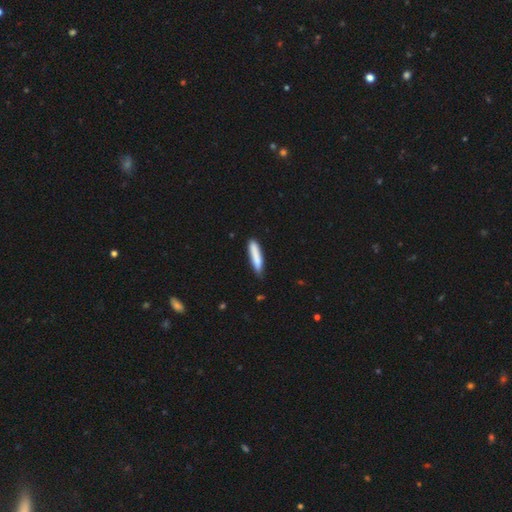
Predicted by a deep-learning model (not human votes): smooth 82%, featured or disk 12%, star or artifact 6%. Down the decision tree: how rounded — cigar-shaped (88%); merging — none (79%).